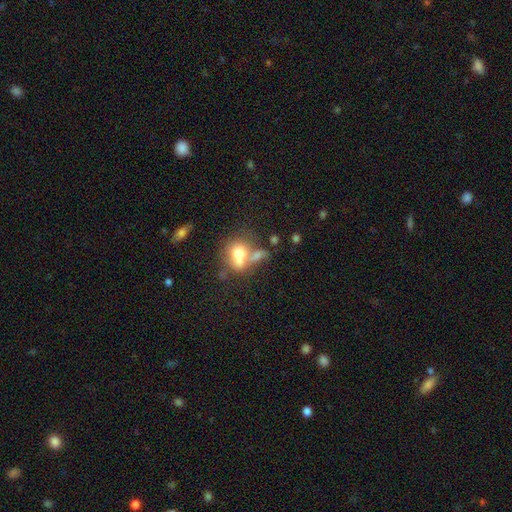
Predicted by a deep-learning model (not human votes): A smooth galaxy with no disk features (62%) that is in between round and cigar-shaped (57%). Merging: merger (48%).